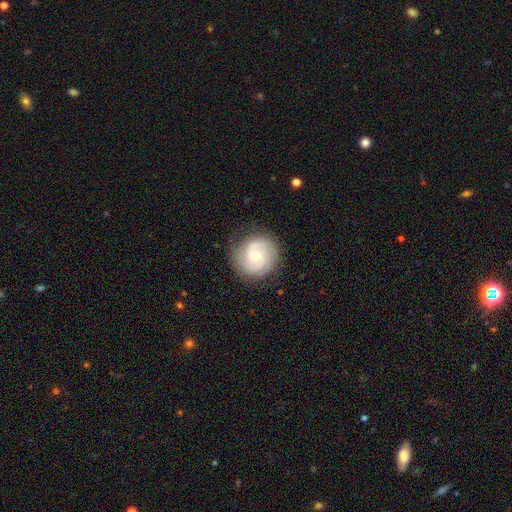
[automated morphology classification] The model was most divided on "bulge size": small: 50%, moderate: 46%, large: 2%, none: 1%, dominant: 1%. More confident: edge-on disk — no (98%); spiral arms — yes (93%); merging — none (81%); smooth or featured — featured or disk (70%); bar — no (67%); spiral arm count — 2 (55%); spiral winding — tight (51%).